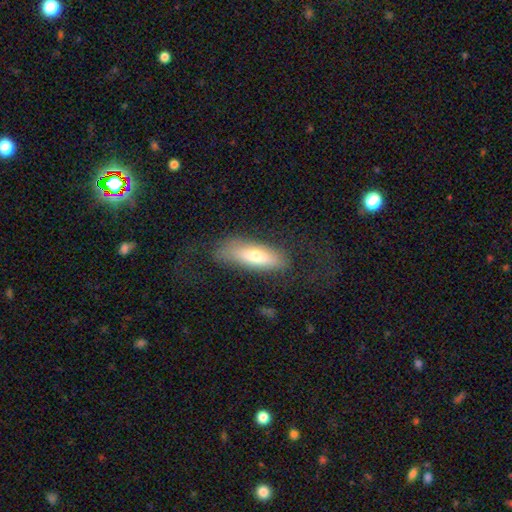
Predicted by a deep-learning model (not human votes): Smooth or featured?
  - smooth: 64% *
  - featured or disk: 29%
  - star or artifact: 7%
How rounded?
  - in between: 59% *
  - cigar-shaped: 39%
  - round: 2%
Merging?
  - none: 64% *
  - minor disturbance: 19%
  - major disturbance: 16%
  - merger: 2%